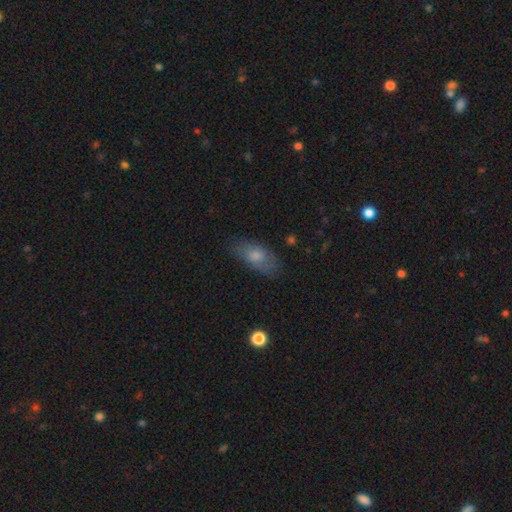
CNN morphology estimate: The model was most divided on "smooth or featured": smooth: 66%, featured or disk: 24%, star or artifact: 10%. More confident: how rounded — in between (86%); merging — none (76%).